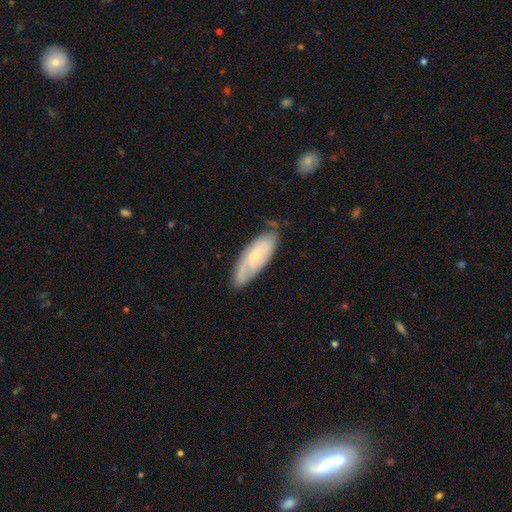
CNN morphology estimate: Smooth or featured?
  - featured or disk: 48% *
  - smooth: 45%
  - star or artifact: 7%
Merging?
  - none: 64% *
  - minor disturbance: 27%
  - major disturbance: 6%
  - merger: 3%